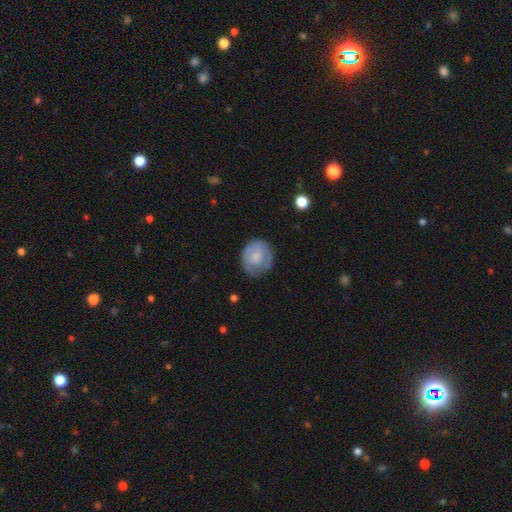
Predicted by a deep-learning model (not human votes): The model was most divided on "smooth or featured": smooth: 57%, featured or disk: 36%, star or artifact: 7%. More confident: how rounded — round (72%); merging — none (69%).